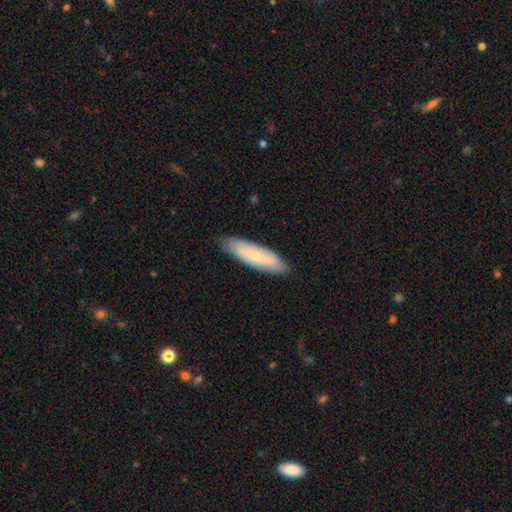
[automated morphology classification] type=smooth (68%); roundness=cigar-shaped (59%); merging=none (85%).